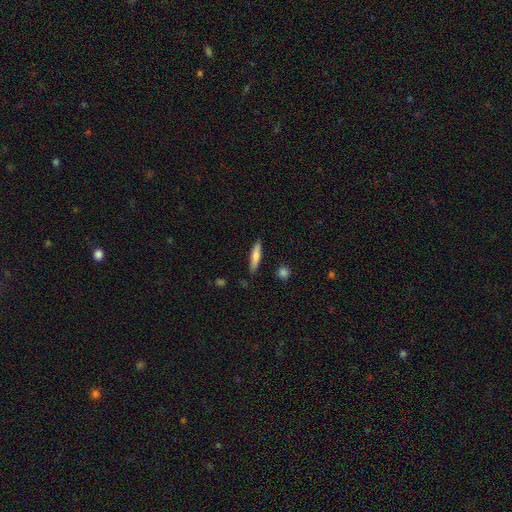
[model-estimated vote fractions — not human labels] Smooth or featured: smooth — 72% (featured or disk — 22%)
How rounded: cigar-shaped — 81% (in between — 17%)
Merging: none — 86% (minor disturbance — 10%)